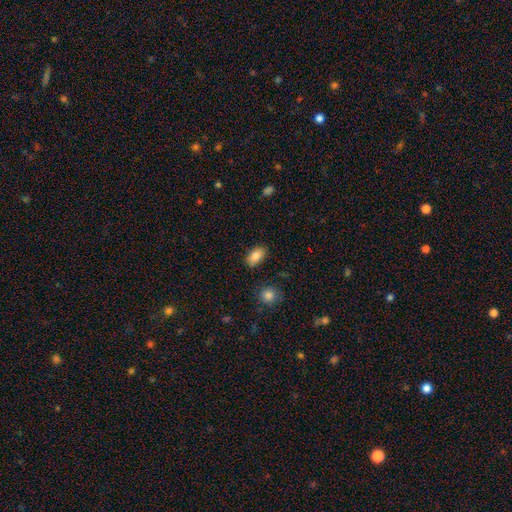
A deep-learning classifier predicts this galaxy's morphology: Smooth or featured: smooth — 83% (featured or disk — 9%)
How rounded: in between — 91% (round — 5%)
Merging: none — 86% (minor disturbance — 10%)